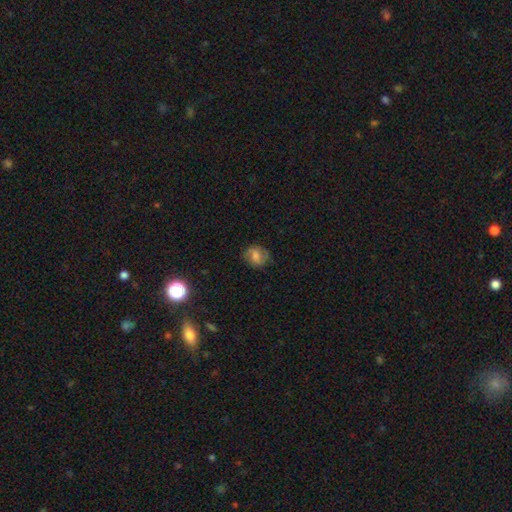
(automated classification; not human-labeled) This appears to be a smooth galaxy with no disk features (62%) that is round (63%). Merging: none (75%).